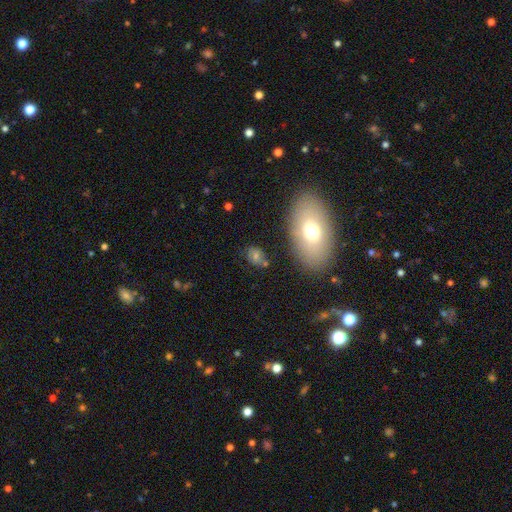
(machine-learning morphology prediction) Smooth or featured: smooth — 61% (featured or disk — 22%)
How rounded: in between — 63% (round — 34%)
Merging: none — 71% (minor disturbance — 16%)